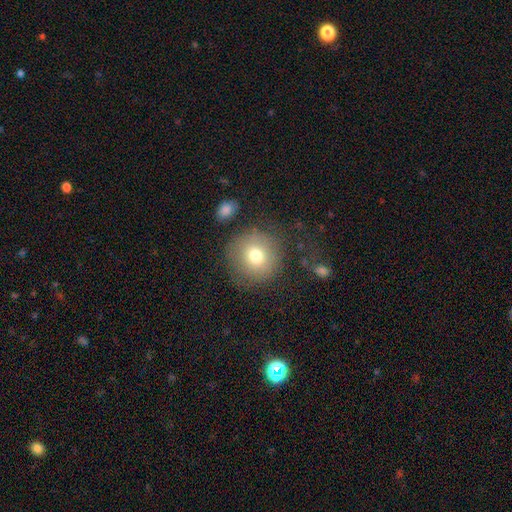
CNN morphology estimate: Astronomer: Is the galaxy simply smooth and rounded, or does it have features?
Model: smooth — 74%.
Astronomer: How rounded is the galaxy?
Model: round — 91%.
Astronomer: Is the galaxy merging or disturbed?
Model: none — 77%.